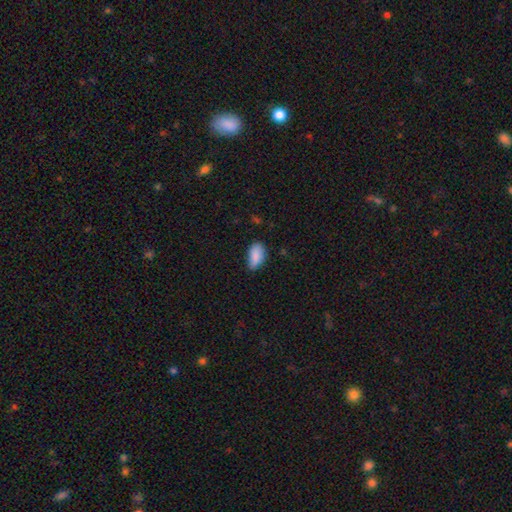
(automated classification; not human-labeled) Q: Smooth or featured?
A: smooth (86%); runner-up: star or artifact (8%)
Q: How rounded?
A: in between (92%); runner-up: round (4%)
Q: Merging?
A: none (53%); runner-up: minor disturbance (38%)